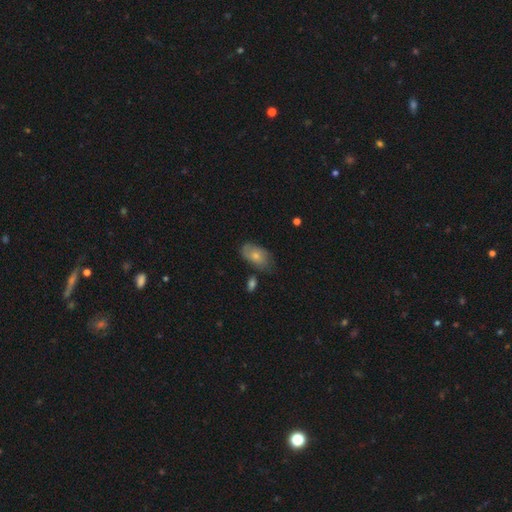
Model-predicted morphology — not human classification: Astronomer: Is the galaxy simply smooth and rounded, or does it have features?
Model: smooth — 69%.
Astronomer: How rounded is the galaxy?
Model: in between — 91%.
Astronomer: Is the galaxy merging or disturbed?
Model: none — 61%.